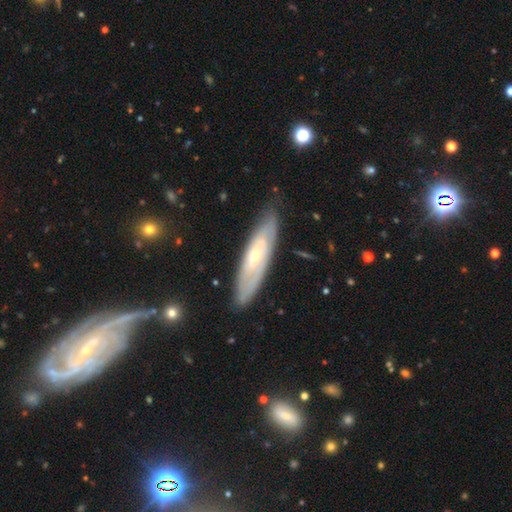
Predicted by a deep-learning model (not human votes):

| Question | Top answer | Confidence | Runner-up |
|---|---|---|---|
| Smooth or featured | featured or disk | 64% | smooth (30%) |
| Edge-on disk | no | 64% | yes (36%) |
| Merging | none | 78% | minor disturbance (17%) |